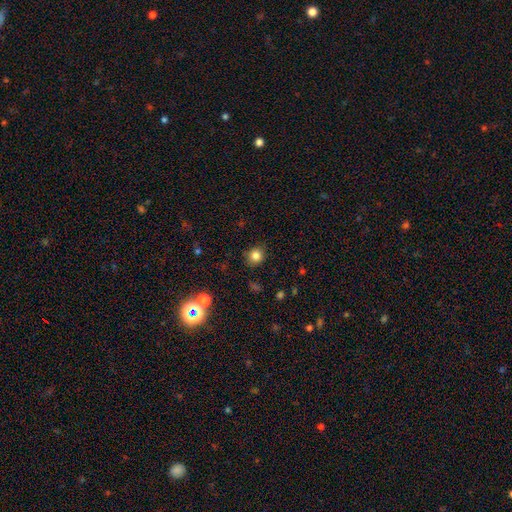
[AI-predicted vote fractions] Smooth or featured? Predicted: smooth (p=0.82). How rounded? Predicted: round (p=0.80). Merging? Predicted: none (p=0.85).